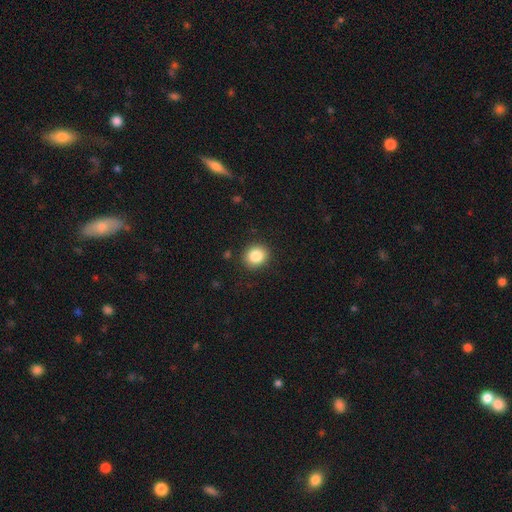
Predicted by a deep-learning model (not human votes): This appears to be a smooth galaxy with no disk features (85%) that is round (74%). Merging: none (89%).